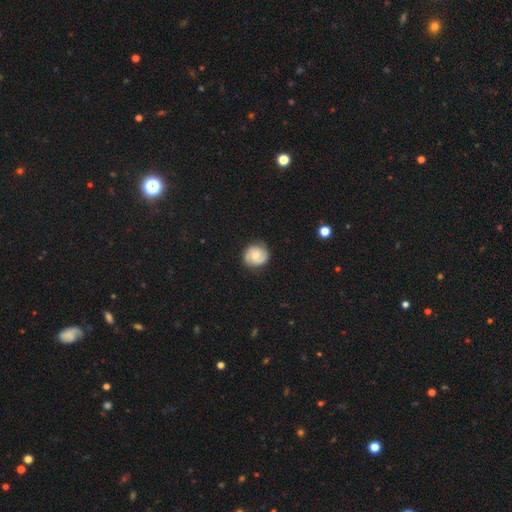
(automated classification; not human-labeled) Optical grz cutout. It shows a featured or disk galaxy (58%) with no bar (61%), 2 (85%) tight (46%) spiral arms (90%) and a moderate central bulge (57%). Merging: none (83%).